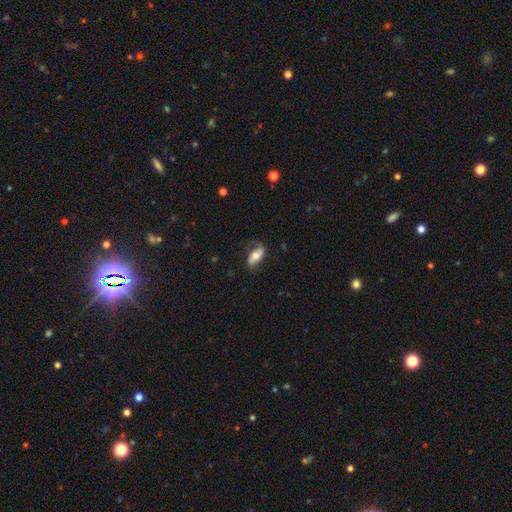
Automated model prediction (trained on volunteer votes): Smooth or featured? smooth (47%)
Merging? none (65%)